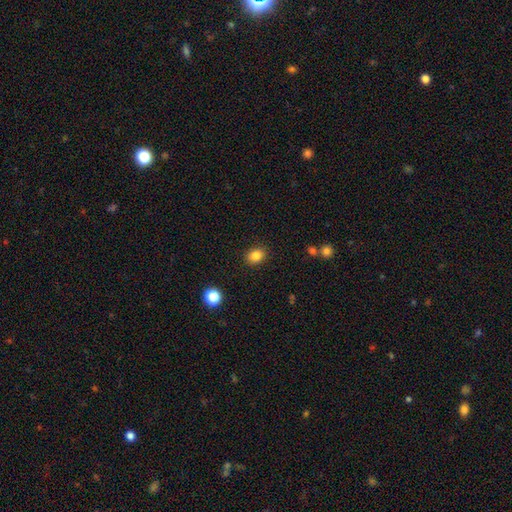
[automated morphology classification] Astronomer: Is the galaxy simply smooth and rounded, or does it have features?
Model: smooth — 83%.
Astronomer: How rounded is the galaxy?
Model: in between — 53% (runner-up: round, 46%).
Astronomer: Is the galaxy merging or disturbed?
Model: none — 88%.